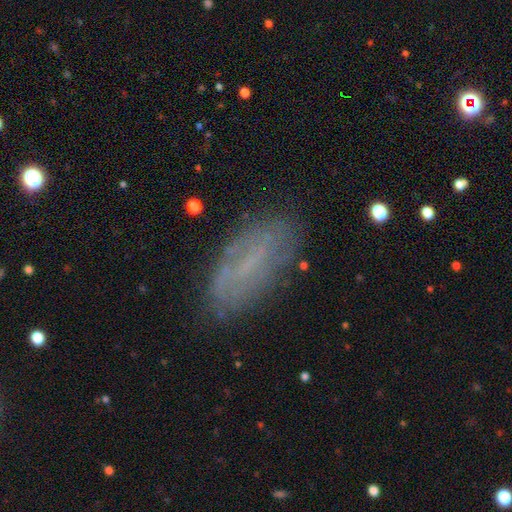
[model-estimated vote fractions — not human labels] smooth_or_featured: smooth (p=0.44) [tied with: featured or disk p=0.44]
merging: none (p=0.77) [alt: minor disturbance p=0.15]